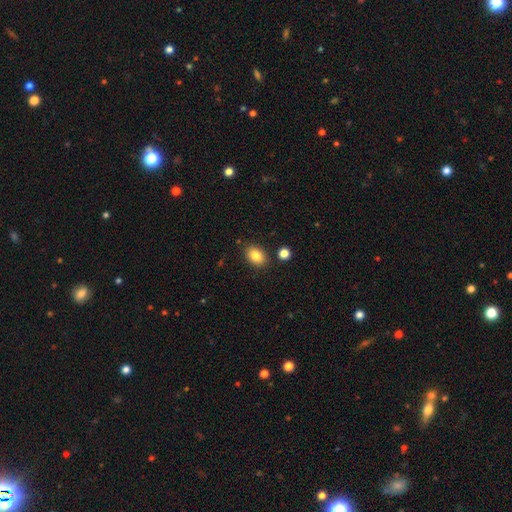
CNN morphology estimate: Smooth or featured?
  - smooth: 85% *
  - star or artifact: 9%
  - featured or disk: 7%
How rounded?
  - in between: 79% *
  - round: 20%
  - cigar-shaped: 1%
Merging?
  - none: 85% *
  - minor disturbance: 9%
  - merger: 4%
  - major disturbance: 2%